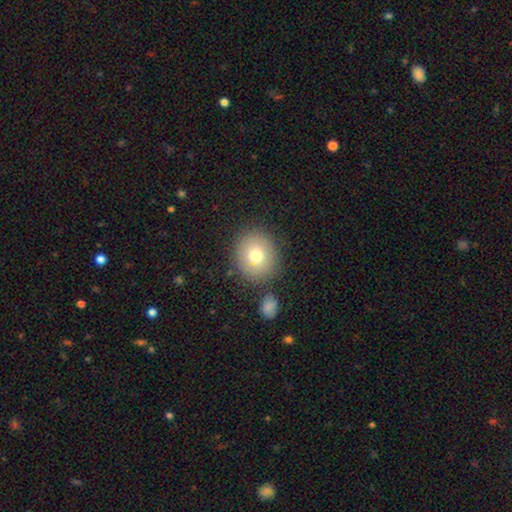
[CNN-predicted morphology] smooth_or_featured: smooth (p=0.75) [alt: featured or disk p=0.15]
how_rounded: round (p=0.83) [alt: in between p=0.16]
merging: none (p=0.81) [alt: minor disturbance p=0.10]